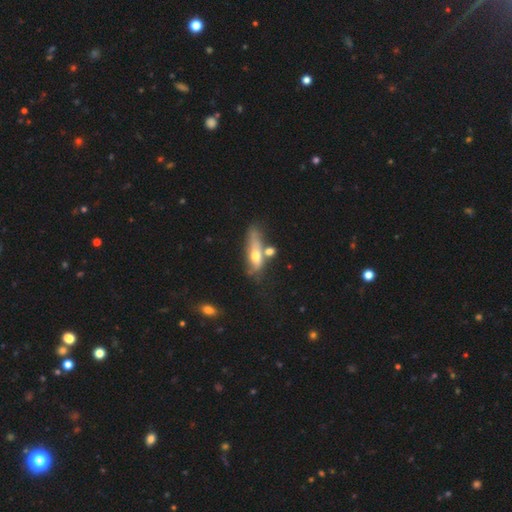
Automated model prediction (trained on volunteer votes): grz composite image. It shows a smooth galaxy with no disk features (50%) that is in between round and cigar-shaped (53%). Merging: none (34%).